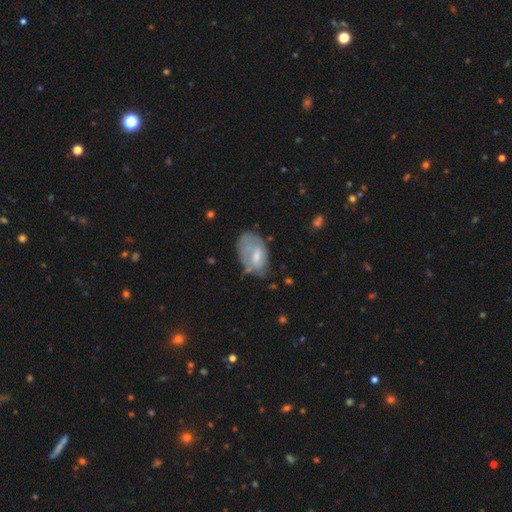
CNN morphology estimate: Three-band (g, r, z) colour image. It shows a smooth galaxy with no disk features (53%) that is in between round and cigar-shaped (91%). Merging: none (38%).